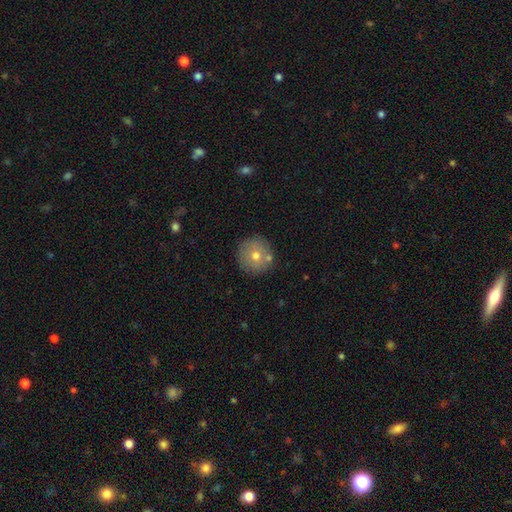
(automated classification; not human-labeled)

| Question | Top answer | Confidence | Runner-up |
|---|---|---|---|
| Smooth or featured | smooth | 68% | featured or disk (21%) |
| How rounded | round | 95% | in between (4%) |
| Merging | none | 81% | minor disturbance (9%) |